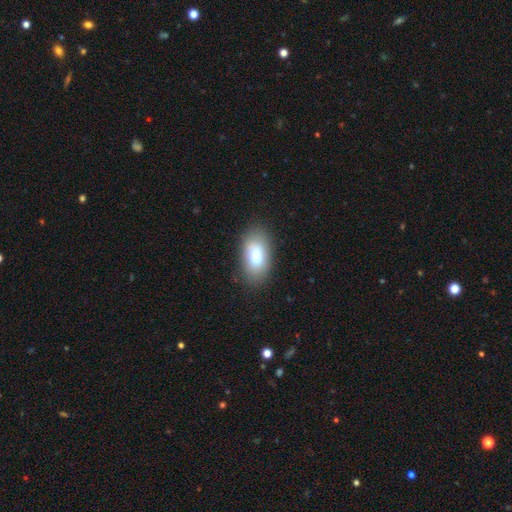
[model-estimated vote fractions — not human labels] The model was most divided on "smooth or featured": smooth: 73%, featured or disk: 19%, star or artifact: 9%. More confident: how rounded — in between (91%); merging — none (83%).